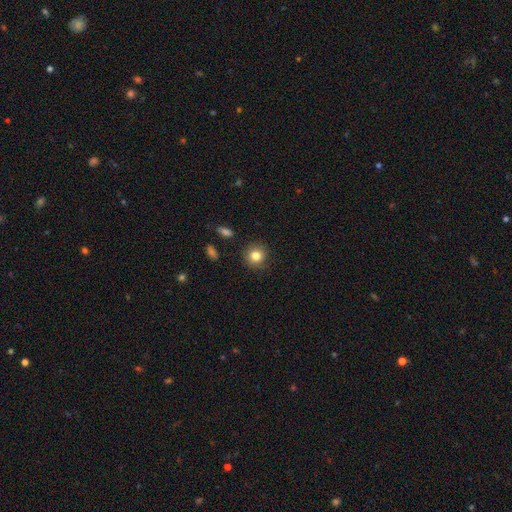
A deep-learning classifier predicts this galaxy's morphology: Smooth or featured? Predicted: smooth (p=0.81). How rounded? Predicted: round (p=0.91). Merging? Predicted: none (p=0.89).